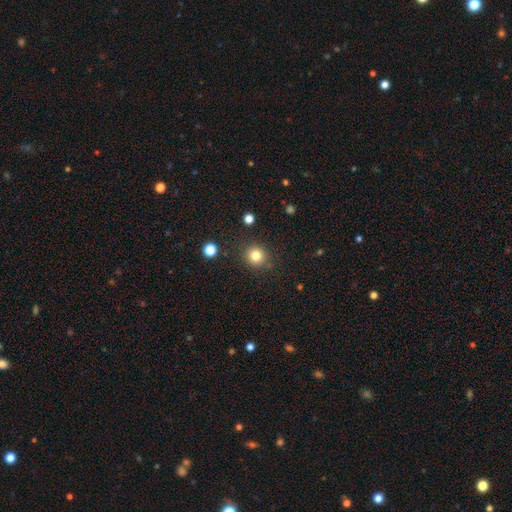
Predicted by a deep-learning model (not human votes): Morphology: type=smooth (81%); roundness=round (91%); merging=none (86%).